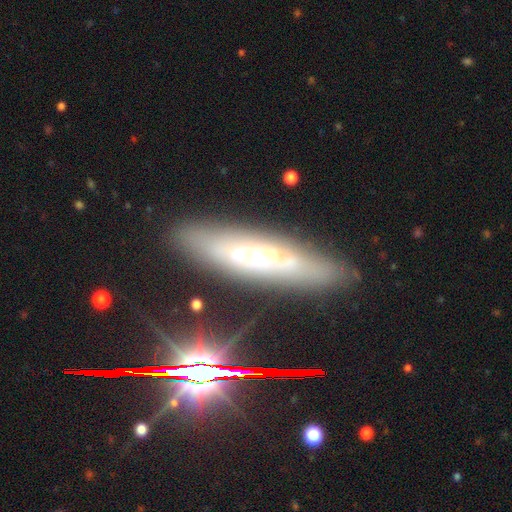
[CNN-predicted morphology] Overall: featured or disk (59%; smooth 24%). Edge-on disk: yes (52%; no 48%). Merging: none (78%).